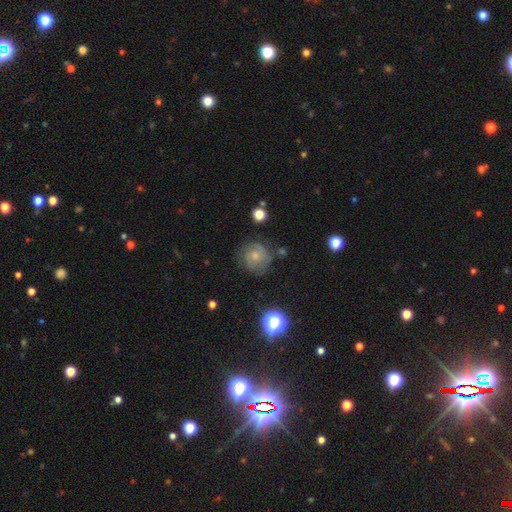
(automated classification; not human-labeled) Smooth or featured? Predicted: featured or disk (p=0.71). Edge-on disk? Predicted: no (p=0.98). Bar? Predicted: no (p=0.64). Spiral arms? Predicted: yes (p=0.93). Spiral winding? Predicted: tight (p=0.54). Spiral arm count? Predicted: 2 (p=0.61). Bulge size? Predicted: small (p=0.51). Merging? Predicted: none (p=0.72).